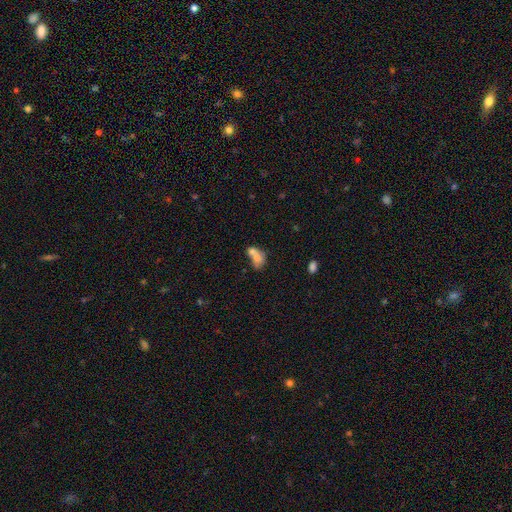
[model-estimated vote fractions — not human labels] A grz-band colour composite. It shows a smooth galaxy with no disk features (69%) that is in between round and cigar-shaped (73%). Merging: merger (66%).